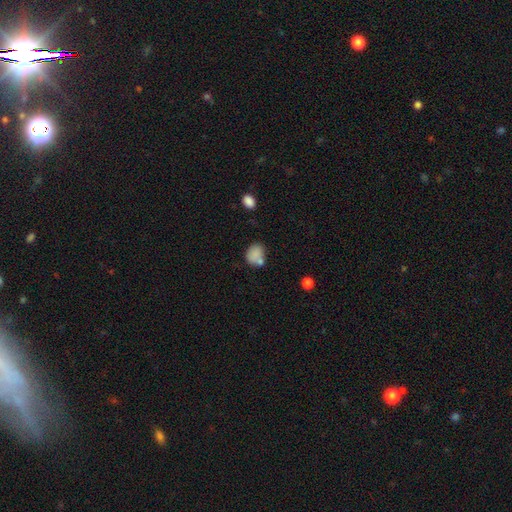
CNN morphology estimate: Smooth or featured? Predicted: smooth (p=0.81). How rounded? Predicted: in between (p=0.51). Merging? Predicted: none (p=0.54).